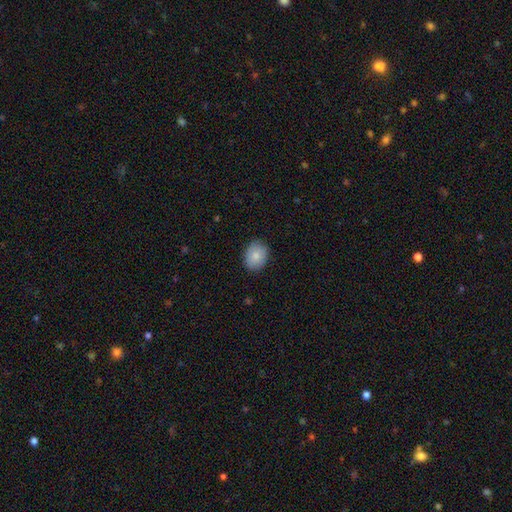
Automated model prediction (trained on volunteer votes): Smooth or featured? Predicted: smooth (p=0.84). How rounded? Predicted: in between (p=0.62). Merging? Predicted: none (p=0.86).